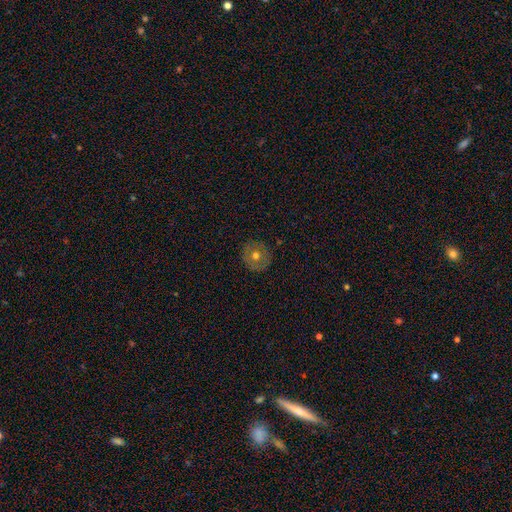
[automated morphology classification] Smooth or featured: smooth — 59% (featured or disk — 31%)
How rounded: round — 93% (in between — 6%)
Merging: none — 88% (minor disturbance — 9%)